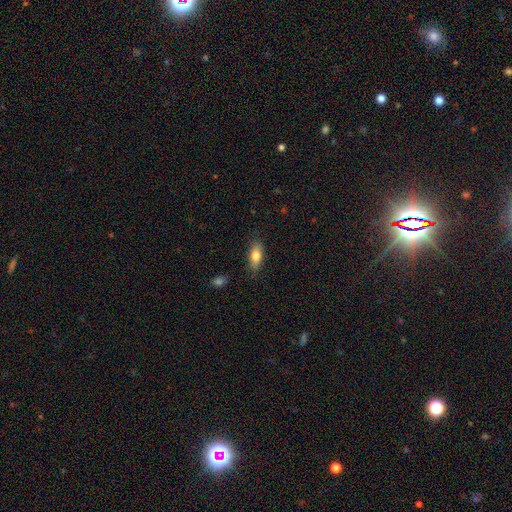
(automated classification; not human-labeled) This is likely a smooth galaxy (78%). How rounded: likely in between (78%). Merging: clearly none (83%).